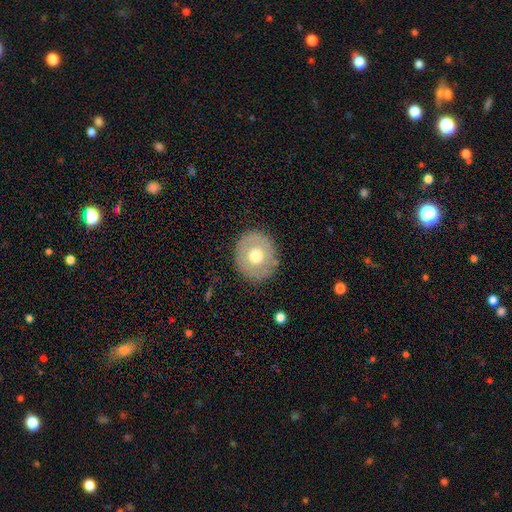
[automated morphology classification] A smooth galaxy with no disk features (59%) that is round (83%).

Vote fractions:
- Smooth or featured? smooth: 59% / featured or disk: 33% / star or artifact: 8%
- How rounded? round: 83% / in between: 16% / cigar-shaped: 1%
- Merging? none: 85% / minor disturbance: 10% / major disturbance: 4% / merger: 1%